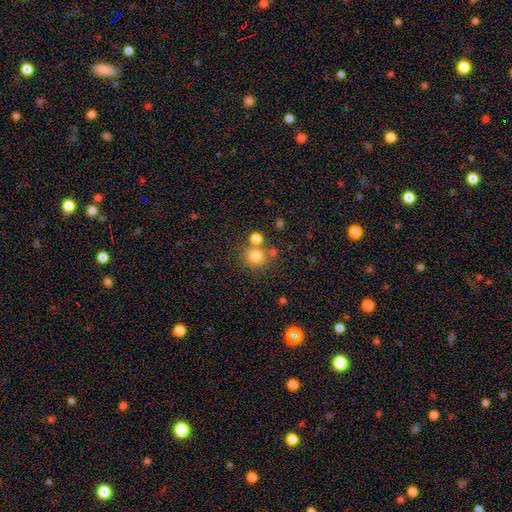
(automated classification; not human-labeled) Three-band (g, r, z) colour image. It shows a smooth galaxy with no disk features (77%) that is round (91%). Merging: none (70%).